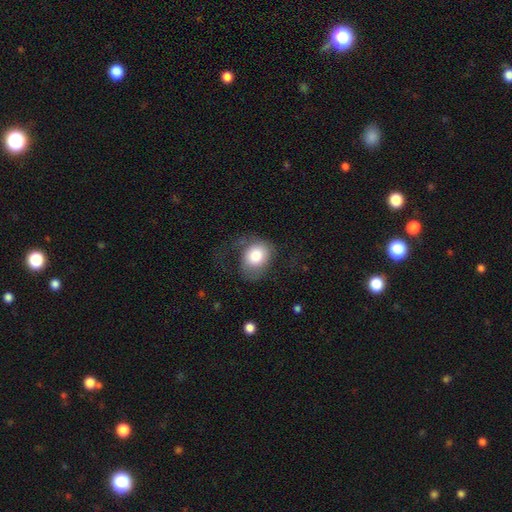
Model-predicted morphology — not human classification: Smooth or featured: smooth — 72% (featured or disk — 20%)
How rounded: in between — 52% (round — 48%)
Merging: none — 41% (major disturbance — 33%)